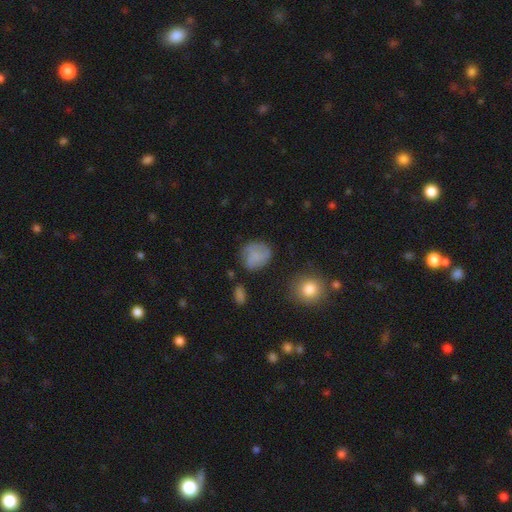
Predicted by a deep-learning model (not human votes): Q: Smooth or featured?
A: smooth (69%); runner-up: featured or disk (21%)
Q: How rounded?
A: round (68%); runner-up: in between (30%)
Q: Merging?
A: none (62%); runner-up: minor disturbance (24%)